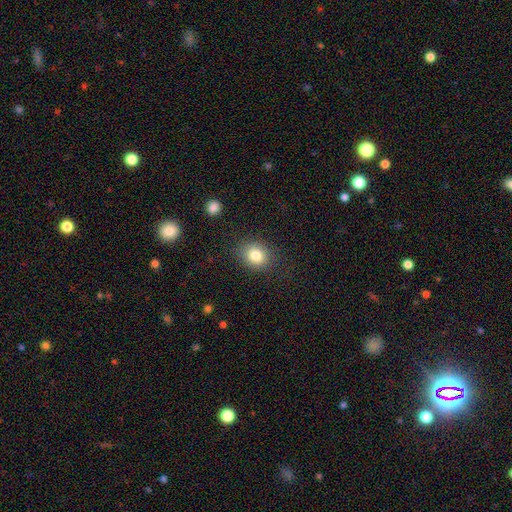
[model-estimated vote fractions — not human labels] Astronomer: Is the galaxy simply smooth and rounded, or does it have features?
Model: smooth — 82%.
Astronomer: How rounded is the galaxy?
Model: round — 59% (runner-up: in between, 40%).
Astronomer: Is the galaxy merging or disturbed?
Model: none — 83%.